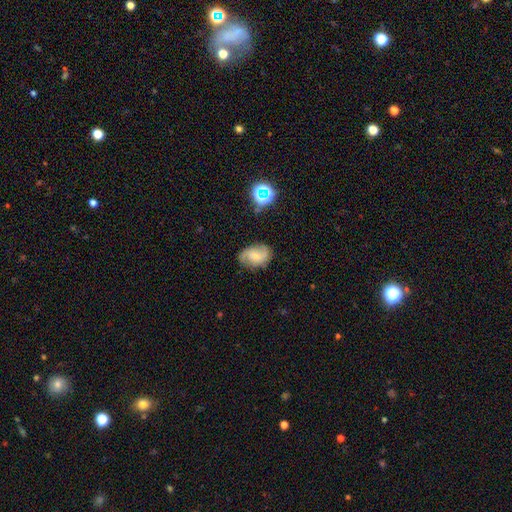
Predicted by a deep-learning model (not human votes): smooth_or_featured: featured or disk (p=0.52) [alt: smooth p=0.37]
disk_edge_on: no (p=0.96) [alt: yes p=0.04]
bar: no (p=0.56) [alt: weak p=0.36]
has_spiral_arms: yes (p=0.89) [alt: no p=0.11]
bulge_size: small (p=0.54) [alt: moderate p=0.31]
merging: none (p=0.69) [alt: minor disturbance p=0.22]